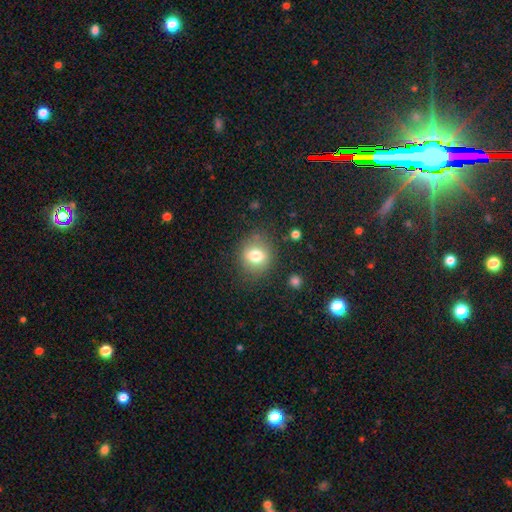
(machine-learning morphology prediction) A smooth galaxy with no disk features (77%) that is round (75%).

Vote fractions:
- Smooth or featured? smooth: 77% / featured or disk: 11% / star or artifact: 11%
- How rounded? round: 75% / in between: 24% / cigar-shaped: 1%
- Merging? none: 80% / minor disturbance: 13% / major disturbance: 5% / merger: 2%